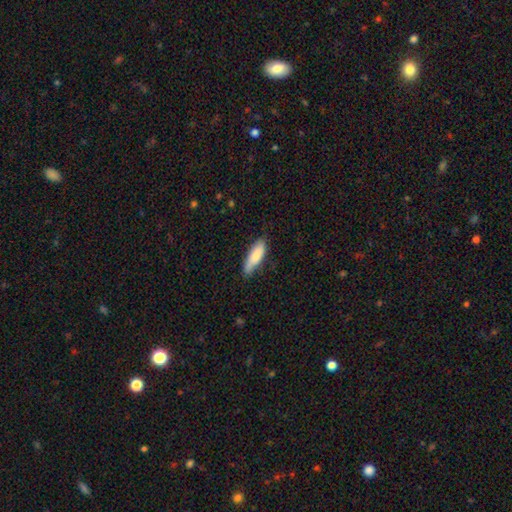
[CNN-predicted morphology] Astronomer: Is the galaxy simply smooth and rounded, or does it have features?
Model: smooth — 81%.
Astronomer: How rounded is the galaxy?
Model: in between — 52% (runner-up: cigar-shaped, 46%).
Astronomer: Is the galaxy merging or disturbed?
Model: none — 70%.